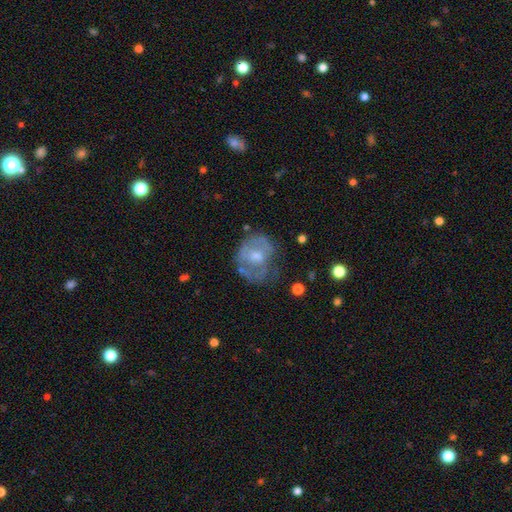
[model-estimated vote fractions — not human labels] This is possibly a featured or disk galaxy (59%). It is clearly not viewed edge-on (97%). Bar: likely no (66%). Spiral arm pattern: possibly no (59%). Central bulge: possibly moderate (56%). Merging: possibly none (54%).